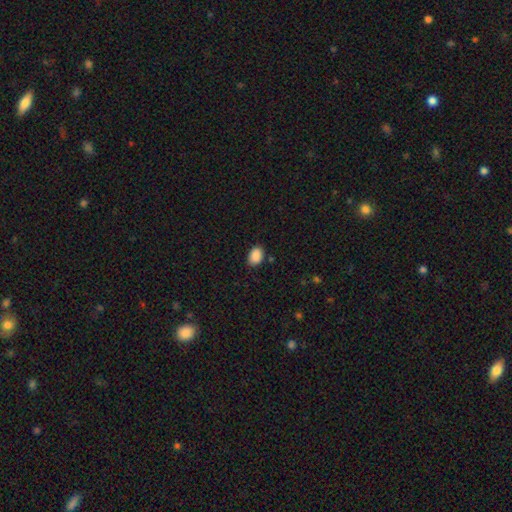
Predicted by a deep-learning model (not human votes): Smooth or featured? smooth (89%)
How rounded? in between (80%)
Merging? none (83%)